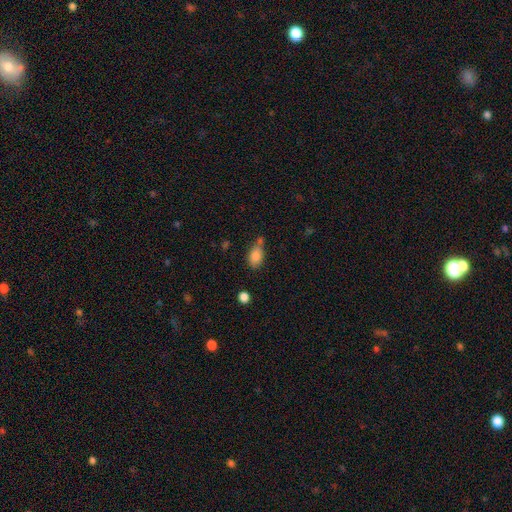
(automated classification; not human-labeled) Smooth or featured? smooth (84%)
How rounded? in between (87%)
Merging? none (51%)